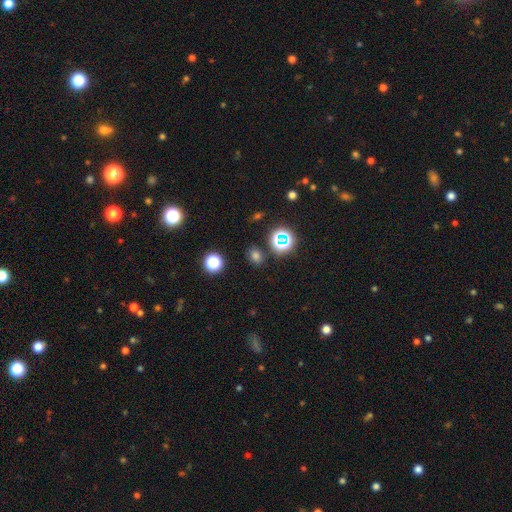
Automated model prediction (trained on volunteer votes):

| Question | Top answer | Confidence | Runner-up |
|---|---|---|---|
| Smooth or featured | smooth | 69% | star or artifact (25%) |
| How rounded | round | 54% | in between (45%) |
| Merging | none | 84% | minor disturbance (9%) |